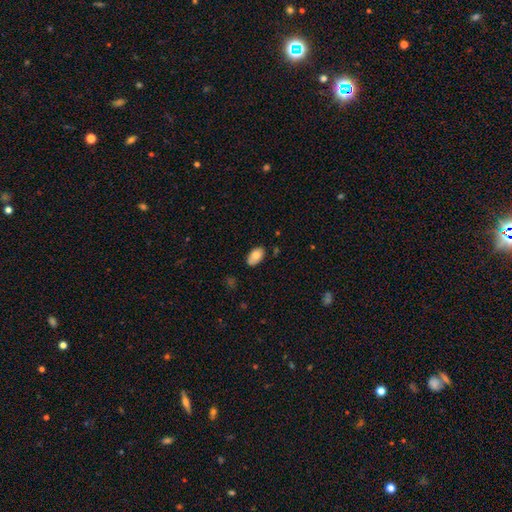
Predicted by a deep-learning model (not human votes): smooth 77%, featured or disk 16%, star or artifact 7%. Down the decision tree: how rounded — in between (94%); merging — none (75%).